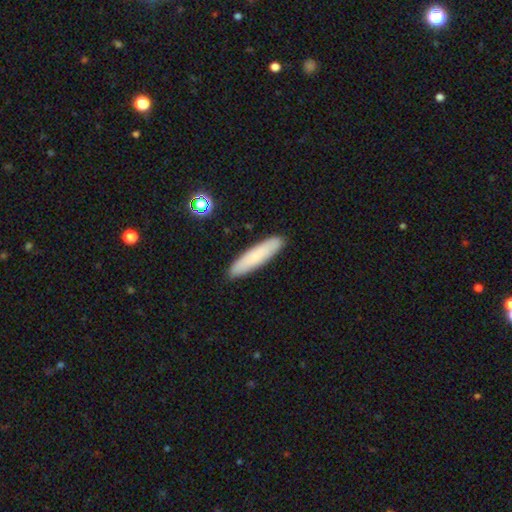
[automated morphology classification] A smooth galaxy with no disk features (78%) that is cigar-shaped (85%). Merging: none (90%).